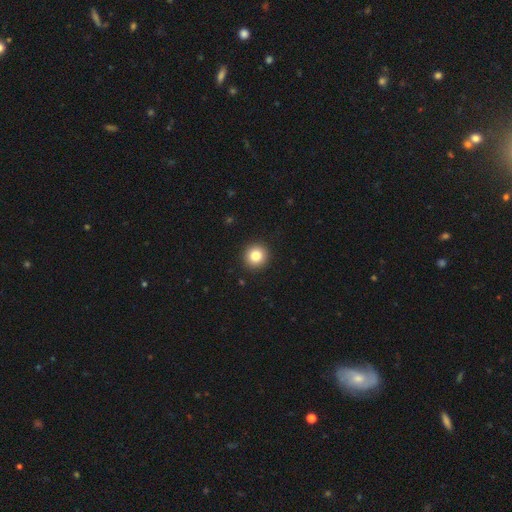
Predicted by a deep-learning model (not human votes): This appears to be a smooth galaxy with no disk features (83%) that is round (95%). Merging: none (93%).